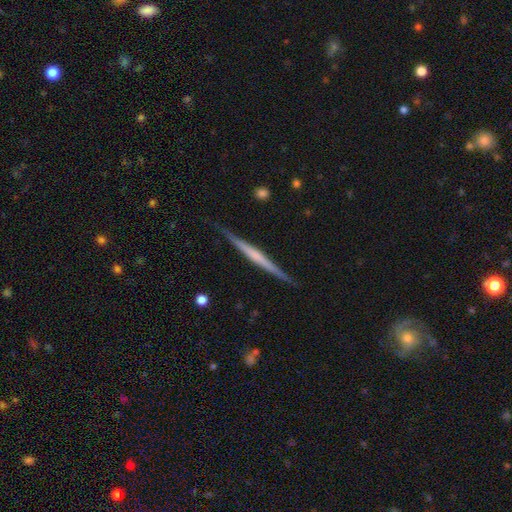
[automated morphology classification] A featured or disk galaxy (66%) viewed edge-on (98%) with no central bulge (65%).

Vote fractions:
- Smooth or featured? featured or disk: 66% / smooth: 28% / star or artifact: 5%
- Edge-on disk? yes: 98% / no: 2%
- Edge-on bulge? none: 65% / rounded: 22% / boxy: 13%
- Merging? none: 89% / minor disturbance: 8% / major disturbance: 2% / merger: 1%